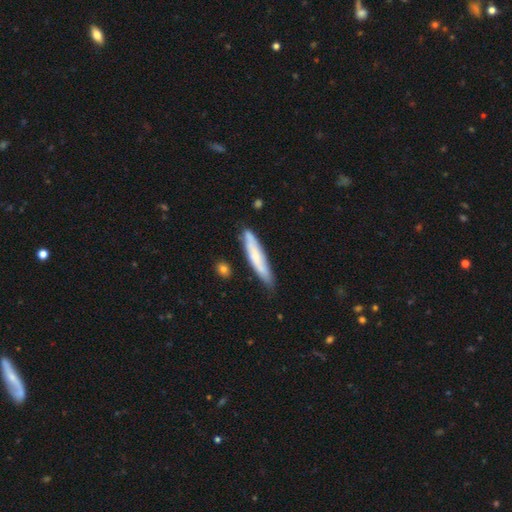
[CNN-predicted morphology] smooth_or_featured: smooth (p=0.59) [alt: featured or disk p=0.35]
how_rounded: cigar-shaped (p=0.90) [alt: in between p=0.09]
merging: none (p=0.75) [alt: minor disturbance p=0.19]